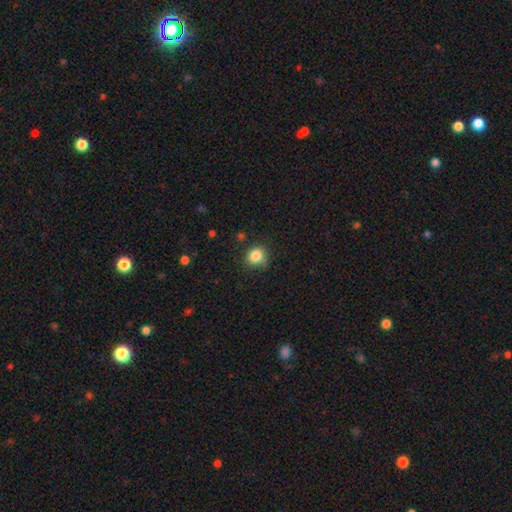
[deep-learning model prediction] Q: Smooth or featured?
A: smooth (84%); runner-up: star or artifact (11%)
Q: How rounded?
A: round (79%); runner-up: in between (20%)
Q: Merging?
A: none (74%); runner-up: minor disturbance (19%)